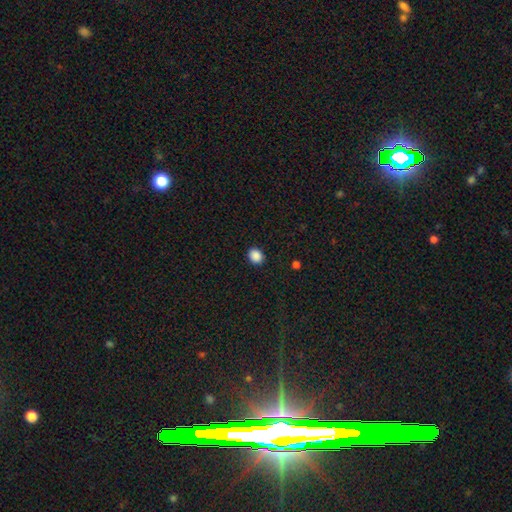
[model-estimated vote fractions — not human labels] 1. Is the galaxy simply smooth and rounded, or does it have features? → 88% smooth, 10% star or artifact, 2% featured or disk.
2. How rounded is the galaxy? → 62% round, 37% in between, 1% cigar-shaped.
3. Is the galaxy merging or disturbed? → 90% none, 7% minor disturbance, 2% major disturbance, 1% merger.